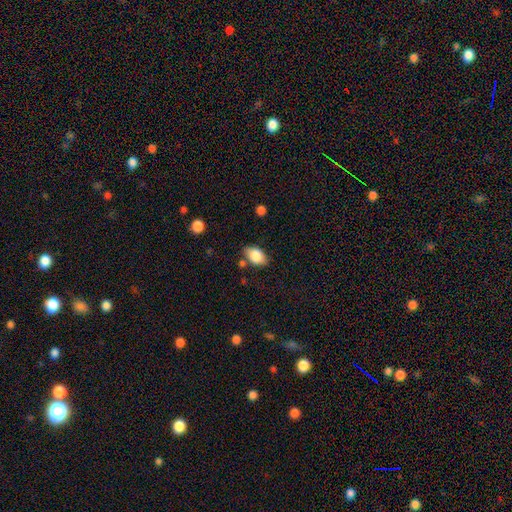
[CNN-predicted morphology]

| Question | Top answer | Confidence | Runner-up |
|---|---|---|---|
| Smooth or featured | smooth | 83% | featured or disk (10%) |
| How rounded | in between | 87% | round (11%) |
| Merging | none | 74% | minor disturbance (16%) |